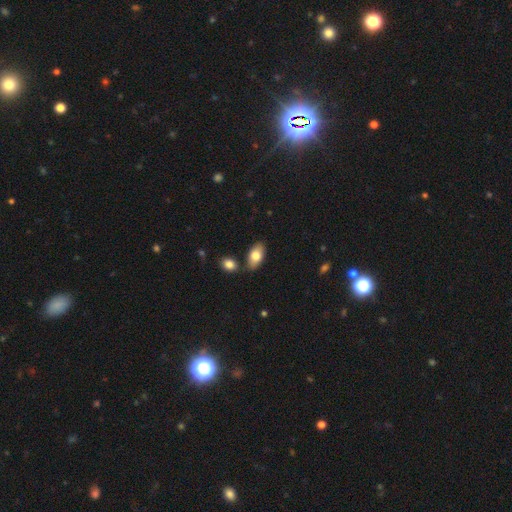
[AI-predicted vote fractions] This appears to be a smooth galaxy with no disk features (78%) that is in between round and cigar-shaped (92%). Merging: none (77%).